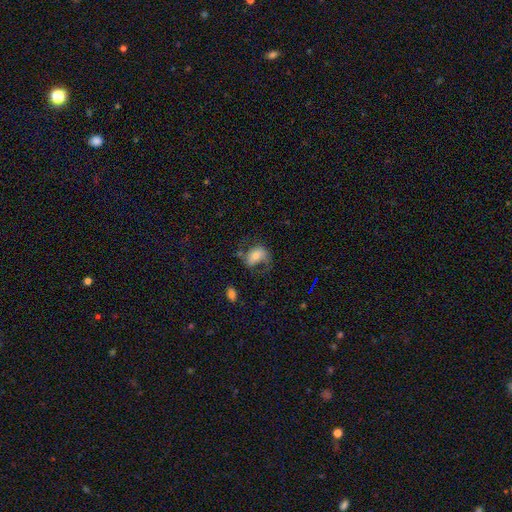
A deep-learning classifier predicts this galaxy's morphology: Smooth or featured: smooth — 49% (featured or disk — 42%)
Merging: none — 43% (major disturbance — 29%)